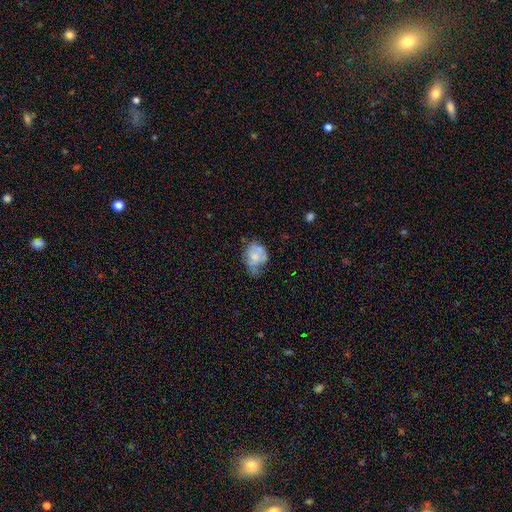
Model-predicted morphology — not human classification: type=smooth (57%); roundness=in between (59%); merging=minor disturbance (37%).